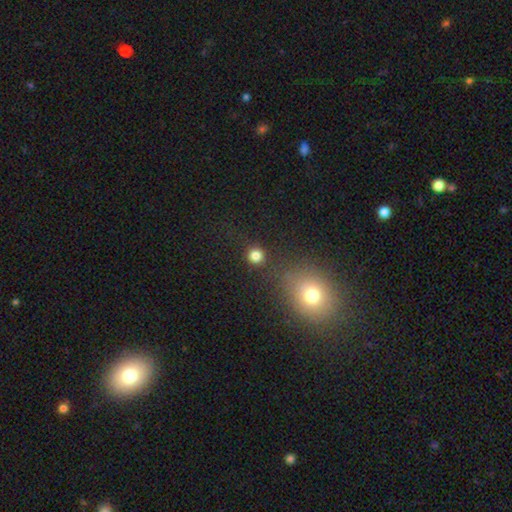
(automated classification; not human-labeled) Q: Smooth or featured?
A: smooth (81%); runner-up: star or artifact (14%)
Q: How rounded?
A: round (92%); runner-up: in between (7%)
Q: Merging?
A: none (88%); runner-up: minor disturbance (6%)